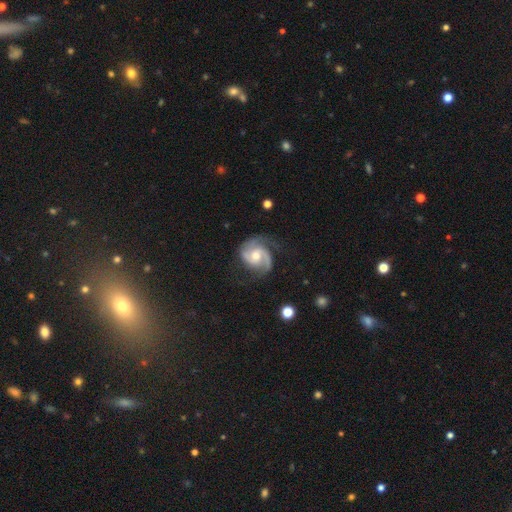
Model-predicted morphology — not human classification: Smooth or featured? Predicted: featured or disk (p=0.89). Edge-on disk? Predicted: no (p=0.98). Bar? Predicted: no (p=0.54). Spiral arms? Predicted: yes (p=0.98). Spiral winding? Predicted: medium (p=0.53). Spiral arm count? Predicted: 2 (p=0.84). Bulge size? Predicted: moderate (p=0.65). Merging? Predicted: none (p=0.69).